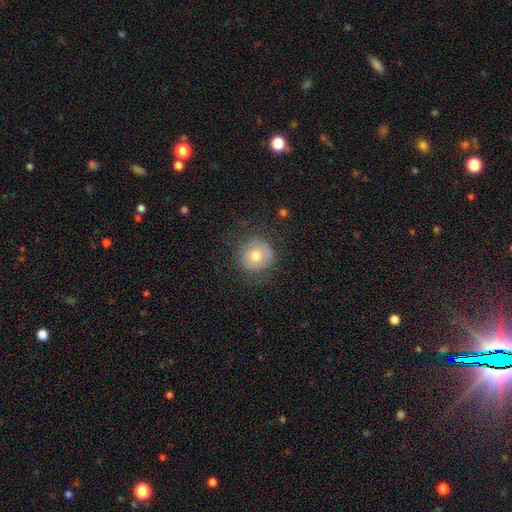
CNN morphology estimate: smooth_or_featured: smooth (p=0.66) [alt: featured or disk p=0.23]
how_rounded: round (p=0.92) [alt: in between p=0.07]
merging: none (p=0.73) [alt: minor disturbance p=0.16]